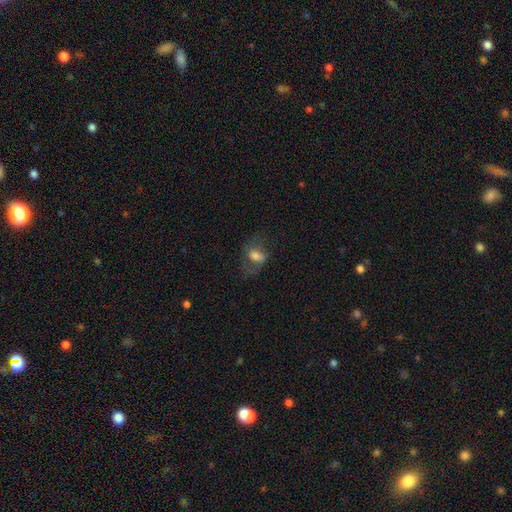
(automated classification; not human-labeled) Q: Smooth or featured?
A: smooth (56%); runner-up: featured or disk (33%)
Q: How rounded?
A: in between (71%); runner-up: round (27%)
Q: Merging?
A: none (45%); runner-up: major disturbance (32%)